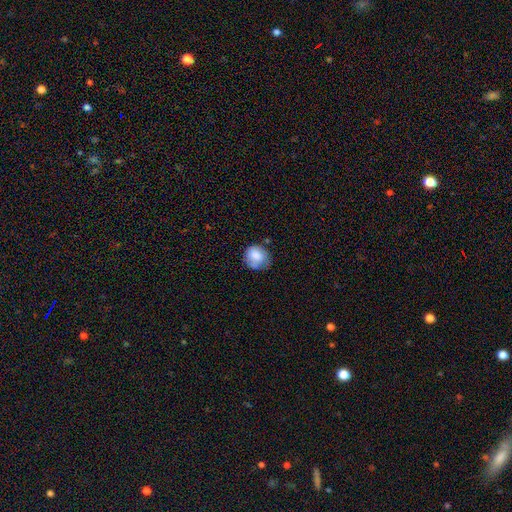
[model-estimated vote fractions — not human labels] Smooth or featured: smooth — 78% (featured or disk — 14%)
How rounded: round — 79% (in between — 20%)
Merging: none — 61% (minor disturbance — 27%)